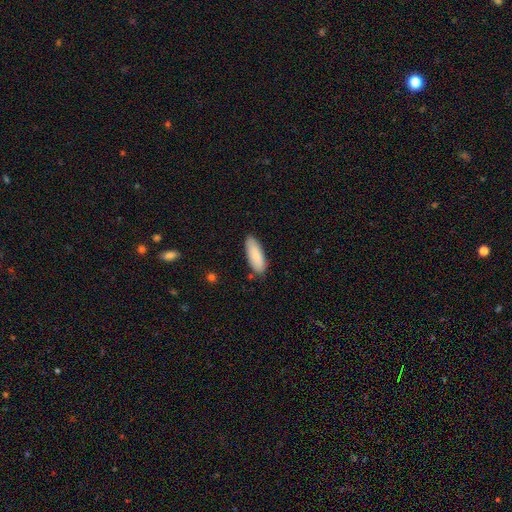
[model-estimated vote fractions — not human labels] The model was most divided on "how rounded": in between: 68%, cigar-shaped: 31%, round: 1%. More confident: smooth or featured — smooth (86%); merging — none (82%).